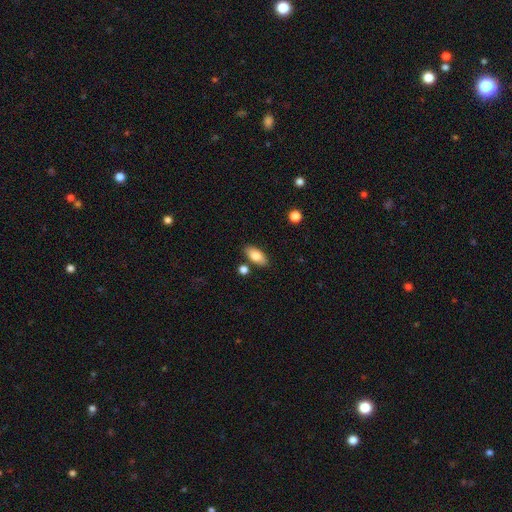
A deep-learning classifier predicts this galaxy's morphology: This appears to be a smooth galaxy with no disk features (81%) that is in between round and cigar-shaped (88%). Merging: none (83%).